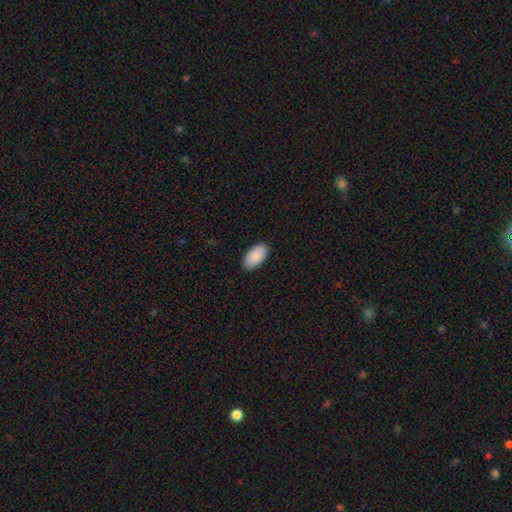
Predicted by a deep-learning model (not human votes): A smooth galaxy with no disk features (91%) that is in between round and cigar-shaped (96%). Merging: none (89%).